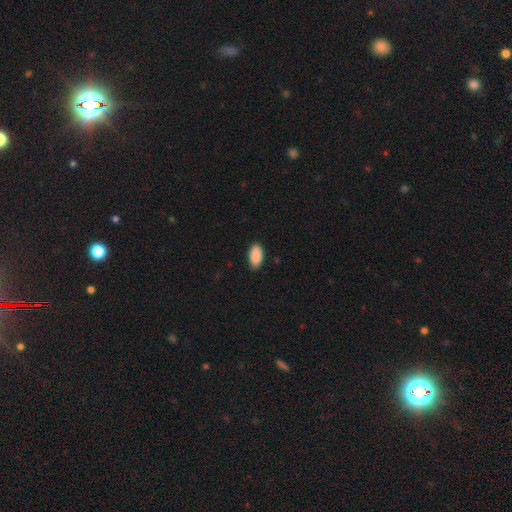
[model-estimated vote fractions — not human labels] This is clearly a smooth galaxy (91%). How rounded: clearly in between (95%). Merging: clearly none (84%).